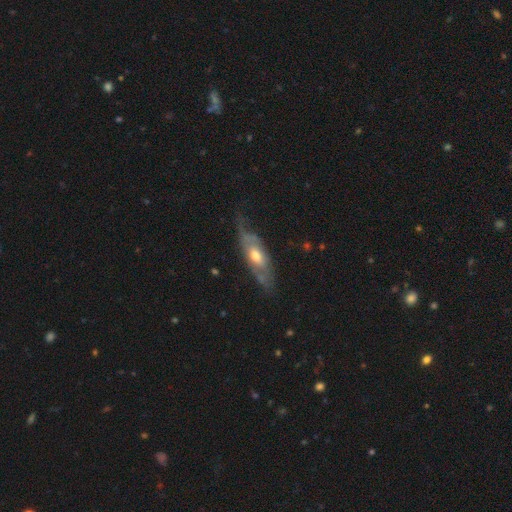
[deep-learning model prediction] Smooth or featured: featured or disk — 64% (smooth — 30%)
Edge-on disk: no — 71% (yes — 29%)
Merging: none — 55% (minor disturbance — 27%)